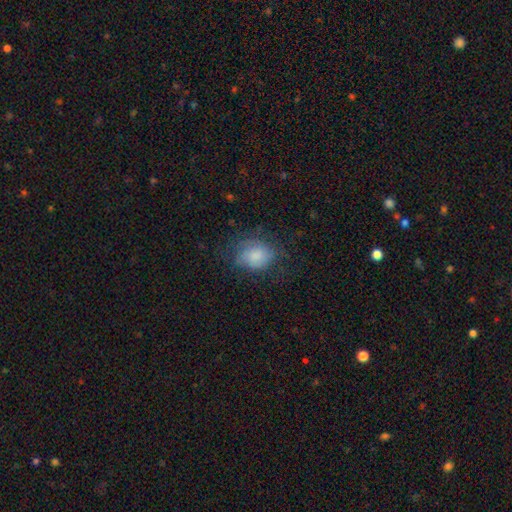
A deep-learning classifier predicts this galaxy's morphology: smooth-or-featured: smooth: 70% | featured or disk: 21% | star or artifact: 9%
  how-rounded: in between: 51% | round: 48% | cigar-shaped: 1%
  merging: none: 57% | minor disturbance: 26% | major disturbance: 16% | merger: 1%